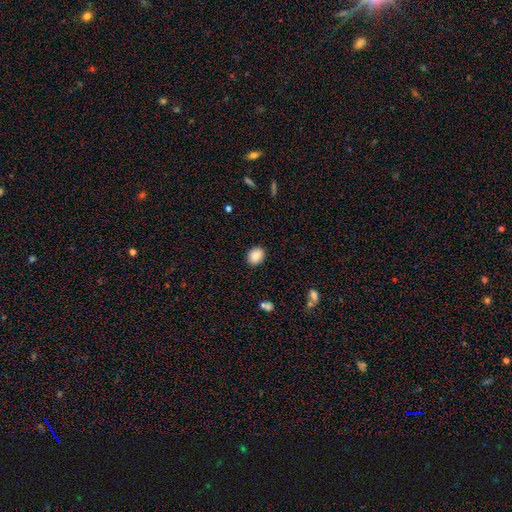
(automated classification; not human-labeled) This appears to be a smooth galaxy with no disk features (87%) that is round (50%, tied with in between). Merging: none (89%).